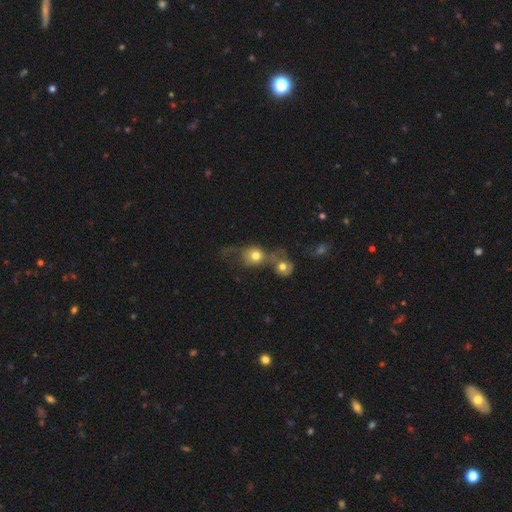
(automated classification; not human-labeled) Smooth or featured: smooth — 68% (featured or disk — 22%)
How rounded: round — 68% (in between — 30%)
Merging: merger — 57% (none — 19%)